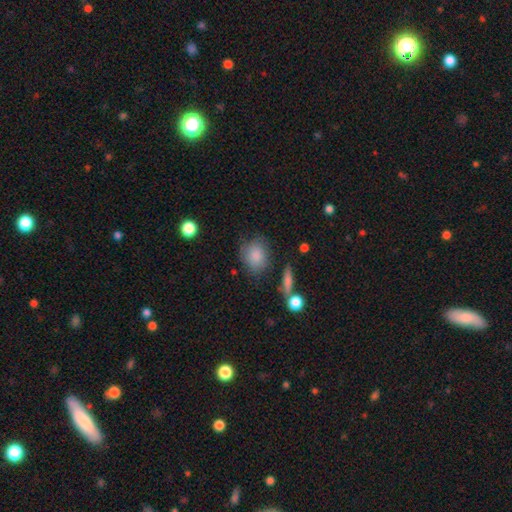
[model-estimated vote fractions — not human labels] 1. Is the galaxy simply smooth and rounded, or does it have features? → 85% smooth, 8% featured or disk, 7% star or artifact.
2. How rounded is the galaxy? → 58% round, 39% in between, 2% cigar-shaped.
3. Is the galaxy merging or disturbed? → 69% none, 19% minor disturbance, 7% major disturbance, 5% merger.